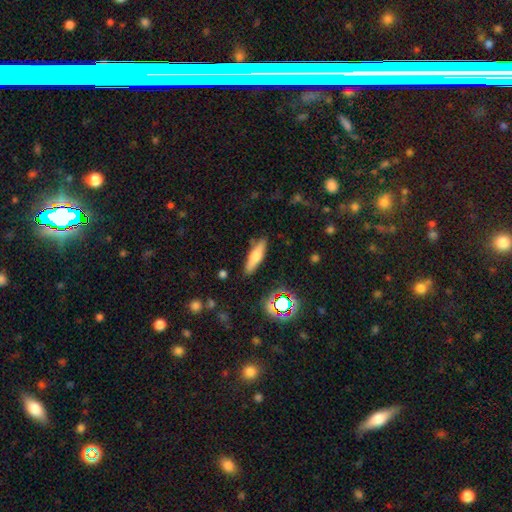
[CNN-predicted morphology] A smooth galaxy with no disk features (58%) that is cigar-shaped (64%). Merging: none (85%).